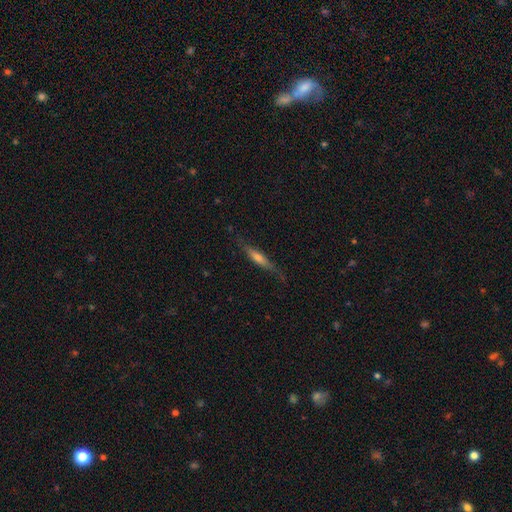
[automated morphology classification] Smooth or featured?
  - featured or disk: 58% *
  - smooth: 34%
  - star or artifact: 8%
Edge-on disk?
  - yes: 92% *
  - no: 8%
Edge-on bulge?
  - rounded: 62% *
  - none: 22%
  - boxy: 16%
Merging?
  - none: 77% *
  - minor disturbance: 17%
  - major disturbance: 5%
  - merger: 1%